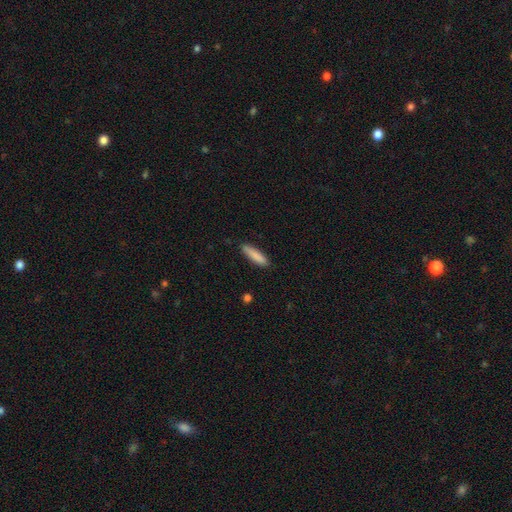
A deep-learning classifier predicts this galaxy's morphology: smooth_or_featured: smooth (p=0.86) [alt: featured or disk p=0.08]
how_rounded: cigar-shaped (p=0.78) [alt: in between p=0.21]
merging: none (p=0.86) [alt: minor disturbance p=0.11]